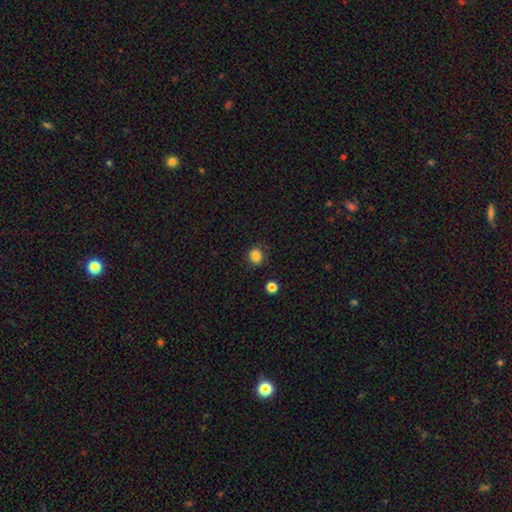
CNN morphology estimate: A smooth galaxy with no disk features (84%) that is round (83%).

Vote fractions:
- Smooth or featured? smooth: 84% / star or artifact: 11% / featured or disk: 5%
- How rounded? round: 83% / in between: 16% / cigar-shaped: 1%
- Merging? none: 86% / minor disturbance: 10% / major disturbance: 3% / merger: 2%